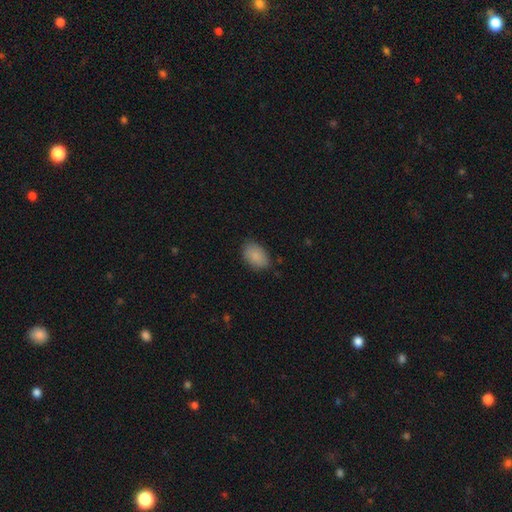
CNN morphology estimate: This is clearly a smooth galaxy (88%). How rounded: clearly in between (87%). Merging: likely none (79%).